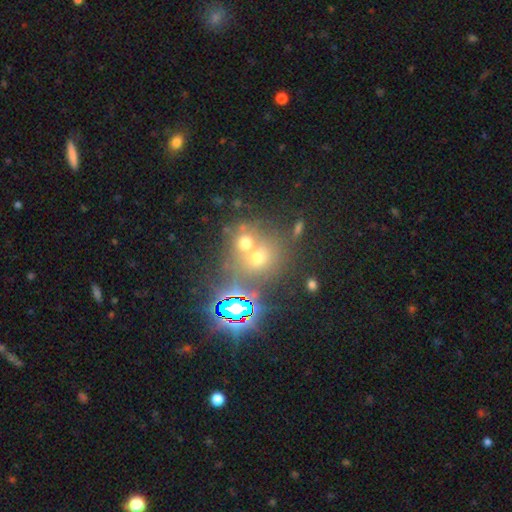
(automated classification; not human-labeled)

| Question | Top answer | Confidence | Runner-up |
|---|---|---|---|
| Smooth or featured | smooth | 50% | star or artifact (35%) |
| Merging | merger | 48% | none (42%) |